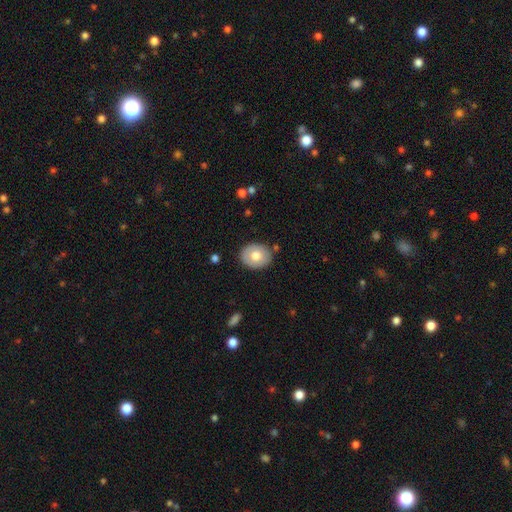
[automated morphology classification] A smooth galaxy with no disk features (69%) that is in between round and cigar-shaped (50%). Merging: none (85%).